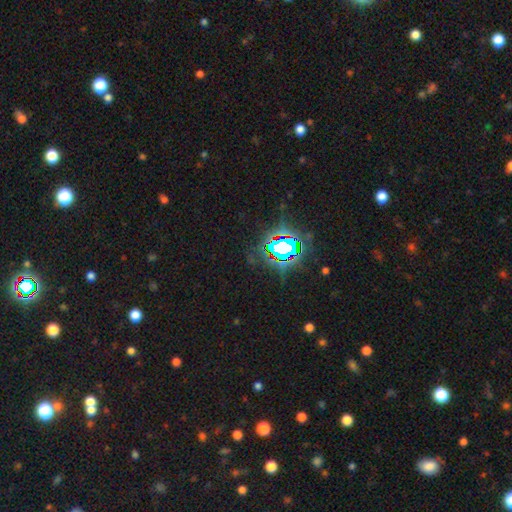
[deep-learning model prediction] Overall: star or artifact (82%).